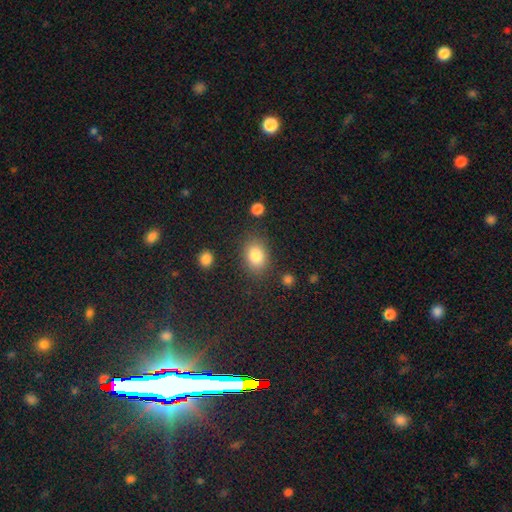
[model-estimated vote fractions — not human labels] A smooth galaxy with no disk features (83%) that is in between round and cigar-shaped (68%).

Vote fractions:
- Smooth or featured? smooth: 83% / star or artifact: 9% / featured or disk: 7%
- How rounded? in between: 68% / round: 31% / cigar-shaped: 1%
- Merging? none: 81% / minor disturbance: 12% / major disturbance: 4% / merger: 3%